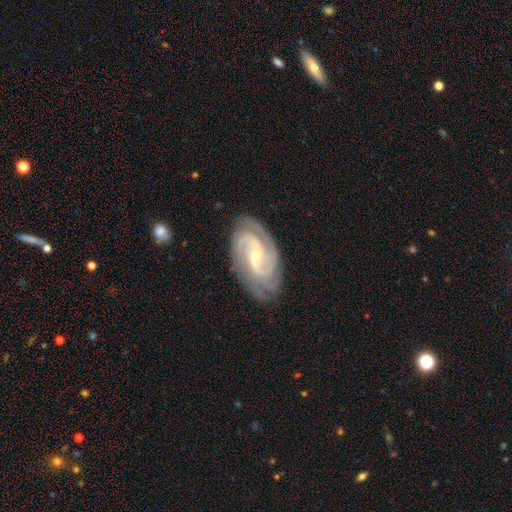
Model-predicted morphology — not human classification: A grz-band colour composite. It shows a featured or disk galaxy (92%) with a weak bar (43%), 2 (35%) tight (56%) spiral arms (98%) and a small central bulge (66%). Merging: none (81%).